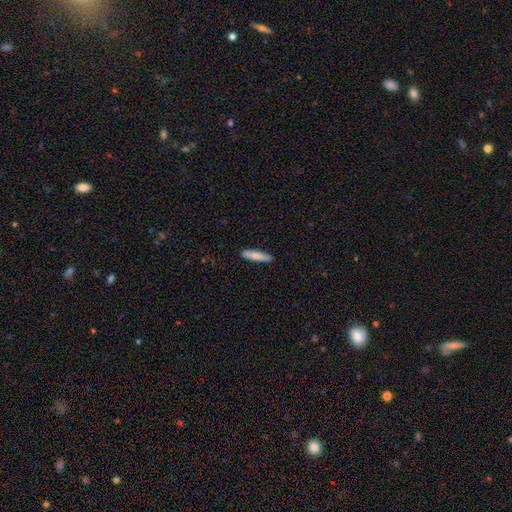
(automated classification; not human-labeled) Q: Smooth or featured?
A: smooth (78%); runner-up: featured or disk (16%)
Q: How rounded?
A: cigar-shaped (82%); runner-up: in between (16%)
Q: Merging?
A: none (88%); runner-up: minor disturbance (10%)